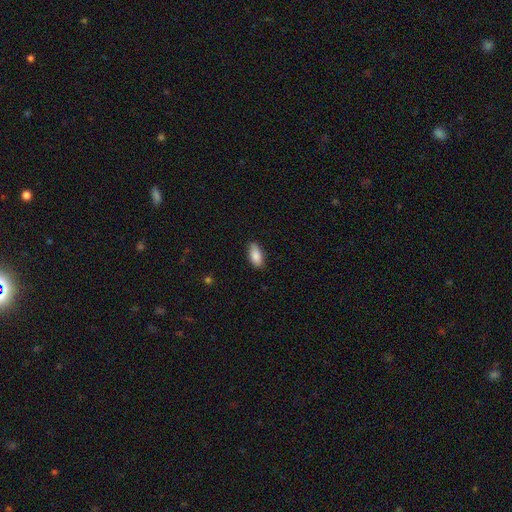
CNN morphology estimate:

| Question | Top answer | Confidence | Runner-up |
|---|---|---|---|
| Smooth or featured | smooth | 87% | star or artifact (6%) |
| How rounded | in between | 89% | cigar-shaped (8%) |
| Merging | none | 85% | minor disturbance (12%) |